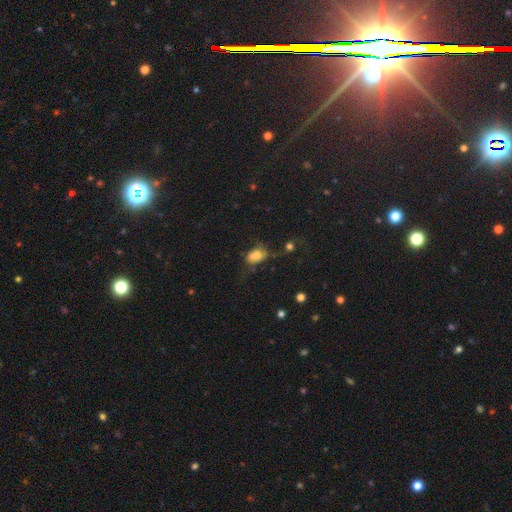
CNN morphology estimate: This appears to be a smooth galaxy with no disk features (69%) that is in between round and cigar-shaped (81%). Merging: major disturbance (35%).